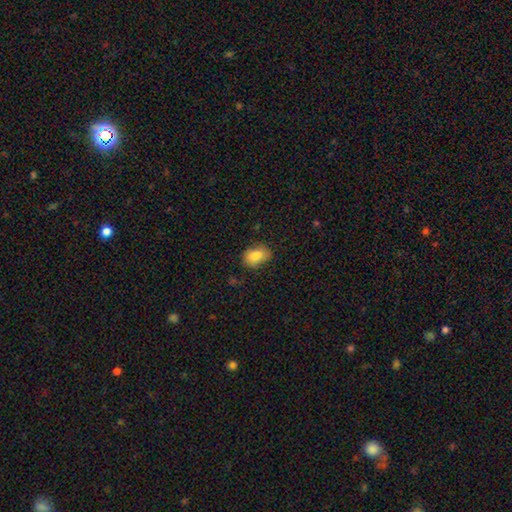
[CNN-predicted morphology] Smooth or featured: smooth — 83% (featured or disk — 9%)
How rounded: in between — 79% (round — 19%)
Merging: none — 72% (minor disturbance — 21%)